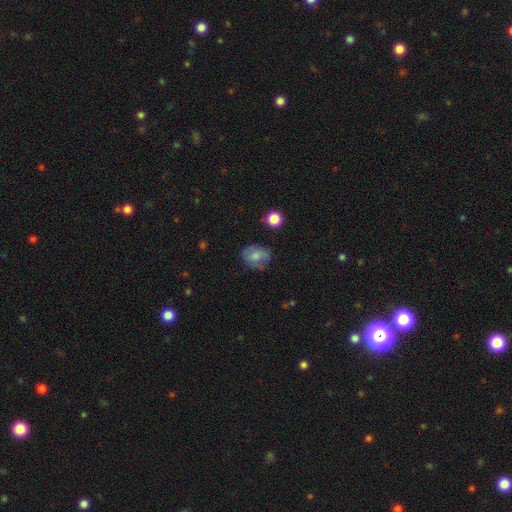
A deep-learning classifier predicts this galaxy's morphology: The model was most divided on "how rounded": round: 55%, in between: 44%, cigar-shaped: 1%. More confident: smooth or featured — smooth (70%); merging — none (63%).